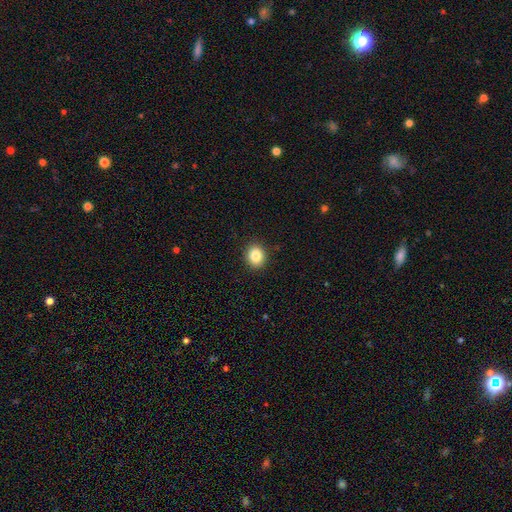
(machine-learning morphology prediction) smooth 84%, star or artifact 10%, featured or disk 6%. Down the decision tree: how rounded — round (66%); merging — none (91%).